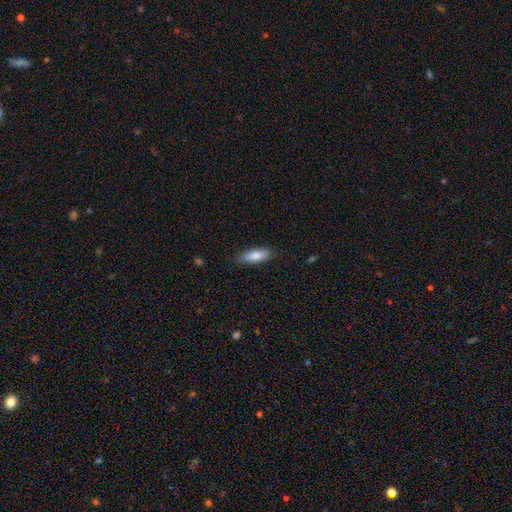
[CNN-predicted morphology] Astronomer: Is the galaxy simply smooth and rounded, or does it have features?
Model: smooth — 82%.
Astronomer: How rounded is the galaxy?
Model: in between — 69%.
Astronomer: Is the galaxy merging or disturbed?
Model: none — 84%.